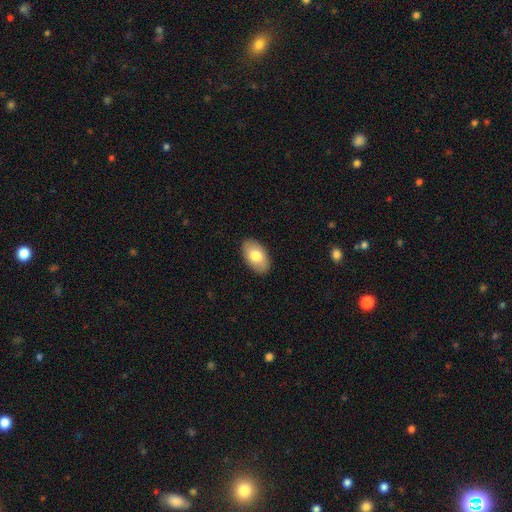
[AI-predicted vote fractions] Morphology: type=smooth (78%); roundness=in between (94%); merging=none (89%).